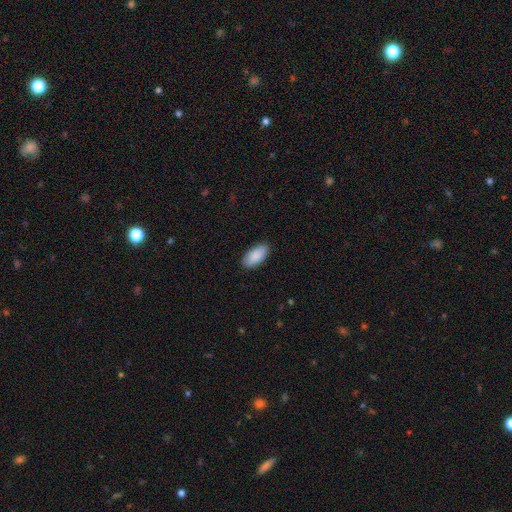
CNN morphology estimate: Smooth or featured? Predicted: smooth (p=0.90). How rounded? Predicted: in between (p=0.93). Merging? Predicted: none (p=0.88).